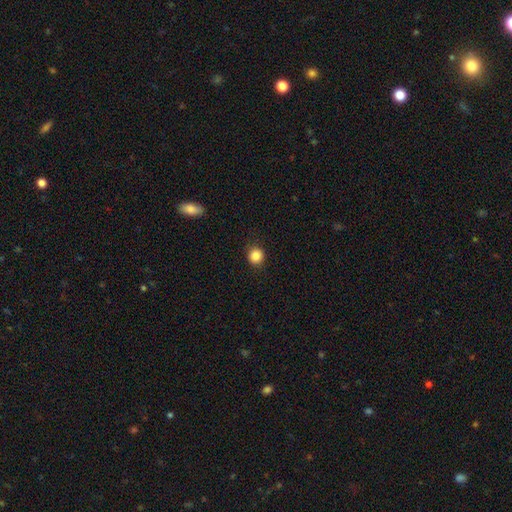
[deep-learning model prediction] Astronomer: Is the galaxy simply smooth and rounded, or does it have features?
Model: smooth — 86%.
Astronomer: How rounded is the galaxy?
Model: round — 92%.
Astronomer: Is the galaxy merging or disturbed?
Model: none — 90%.